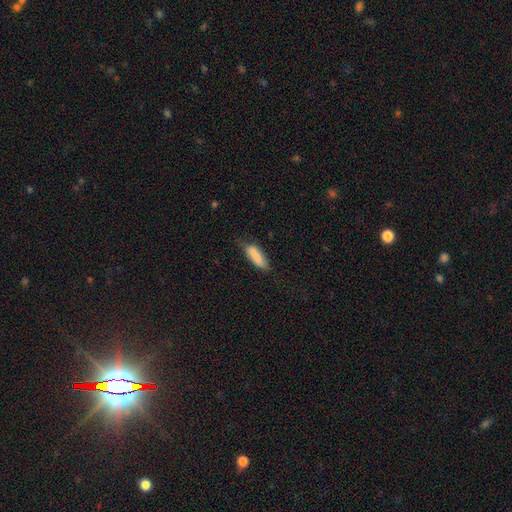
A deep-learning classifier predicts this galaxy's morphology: This appears to be a smooth galaxy with no disk features (85%) that is in between round and cigar-shaped (55%). Merging: none (61%).